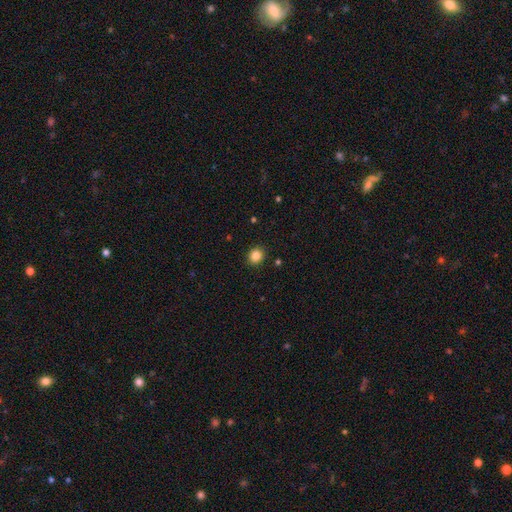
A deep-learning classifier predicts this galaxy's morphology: Smooth or featured: smooth — 85% (star or artifact — 11%)
How rounded: round — 83% (in between — 16%)
Merging: none — 91% (minor disturbance — 6%)